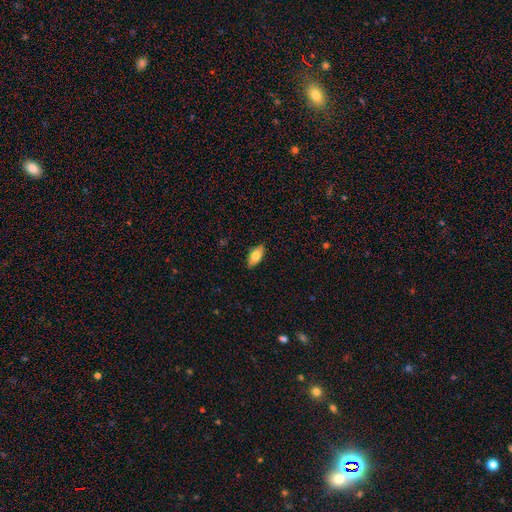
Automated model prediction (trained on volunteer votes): Smooth or featured: smooth — 76% (featured or disk — 17%)
How rounded: in between — 88% (cigar-shaped — 9%)
Merging: none — 85% (minor disturbance — 12%)